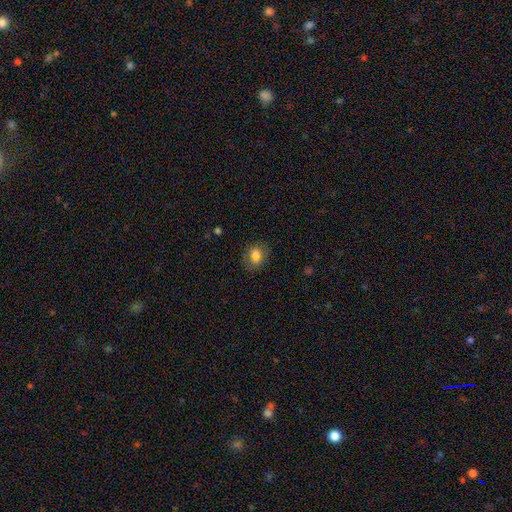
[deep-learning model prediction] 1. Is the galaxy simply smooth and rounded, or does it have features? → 73% smooth, 15% featured or disk, 11% star or artifact.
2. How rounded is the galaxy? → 50% round, 48% in between, 1% cigar-shaped.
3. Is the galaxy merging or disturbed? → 64% none, 16% minor disturbance, 15% merger, 5% major disturbance.